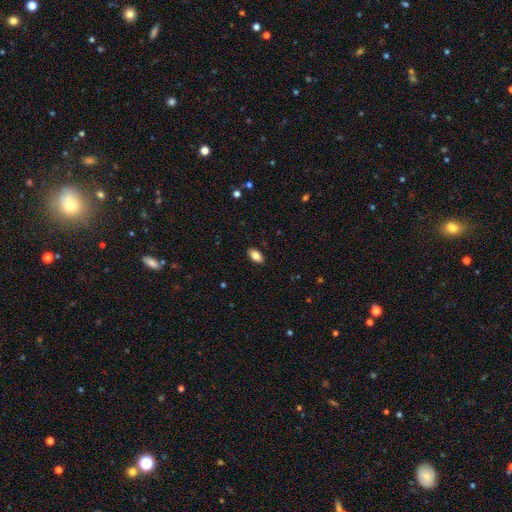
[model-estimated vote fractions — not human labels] This appears to be a smooth galaxy with no disk features (85%) that is in between round and cigar-shaped (92%). Merging: none (89%).